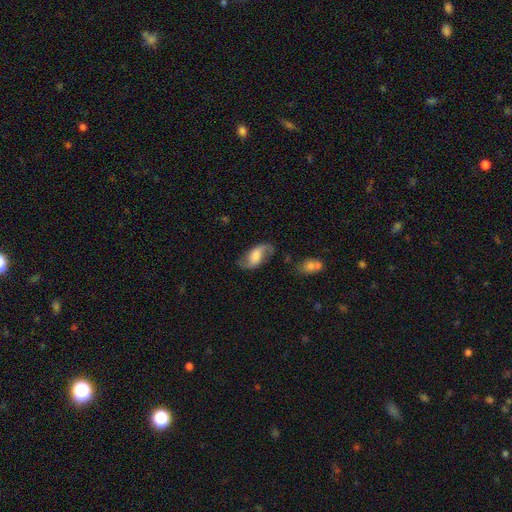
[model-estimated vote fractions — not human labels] Morphology: type=featured or disk (60%); edge-on=no (94%); bar=weak (41%); spiral arms=yes (90%); winding=loose (68%); arm count=2 (87%); bulge=moderate (30%, tied with large); merging=none (66%).